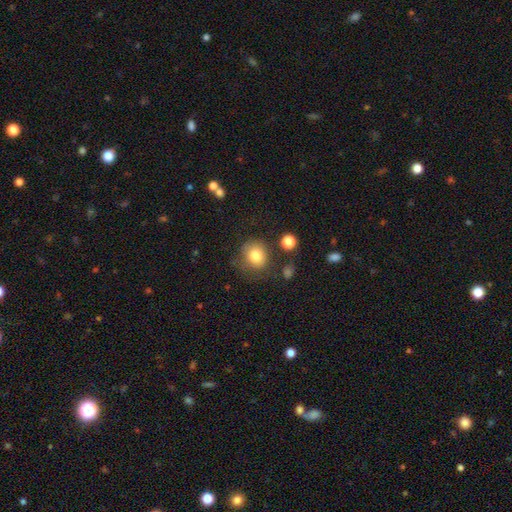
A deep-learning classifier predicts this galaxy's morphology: A smooth galaxy with no disk features (81%) that is round (80%).

Vote fractions:
- Smooth or featured? smooth: 81% / star or artifact: 10% / featured or disk: 9%
- How rounded? round: 80% / in between: 19% / cigar-shaped: 1%
- Merging? none: 69% / minor disturbance: 18% / major disturbance: 8% / merger: 4%